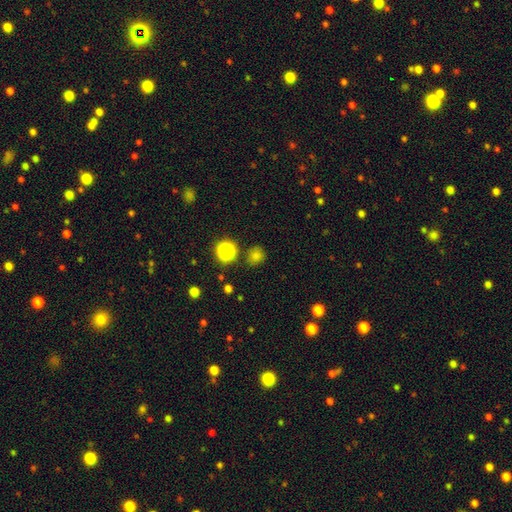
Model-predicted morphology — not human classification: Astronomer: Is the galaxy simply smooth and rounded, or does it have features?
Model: smooth — 62%.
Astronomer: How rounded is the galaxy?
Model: round — 84%.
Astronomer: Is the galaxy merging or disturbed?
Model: none — 84%.